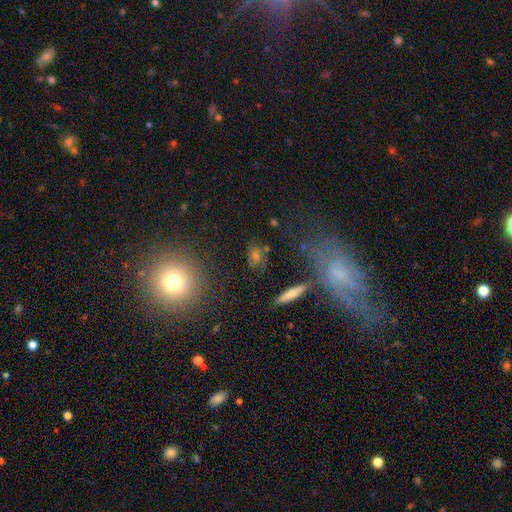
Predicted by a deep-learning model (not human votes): smooth_or_featured: smooth (p=0.56) [alt: star or artifact p=0.24]
how_rounded: in between (p=0.51) [alt: round p=0.40]
merging: none (p=0.75) [alt: minor disturbance p=0.13]